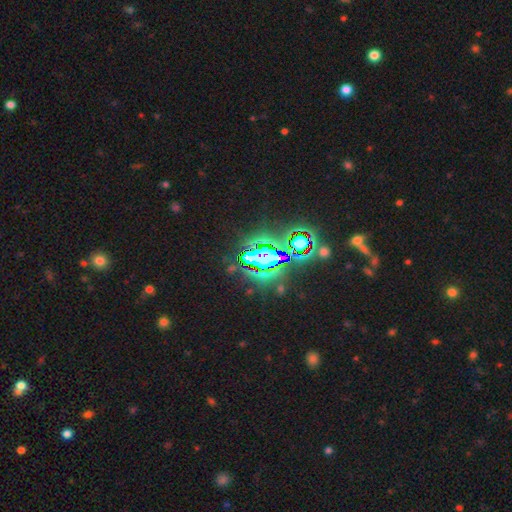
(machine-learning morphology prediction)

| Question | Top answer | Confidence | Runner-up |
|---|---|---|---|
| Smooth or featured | star or artifact | 80% | smooth (11%) |